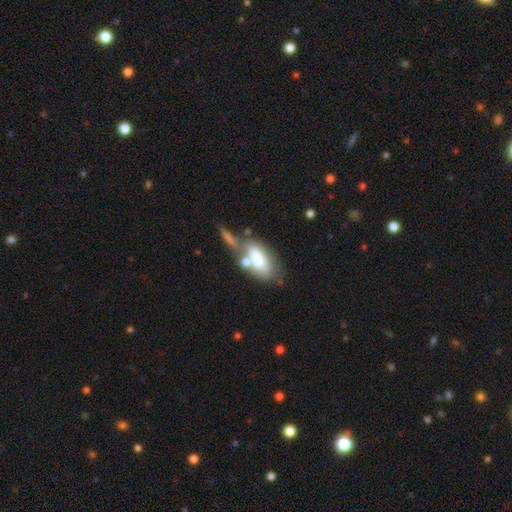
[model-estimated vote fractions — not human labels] Smooth or featured? smooth (67%)
How rounded? in between (89%)
Merging? none (37%)